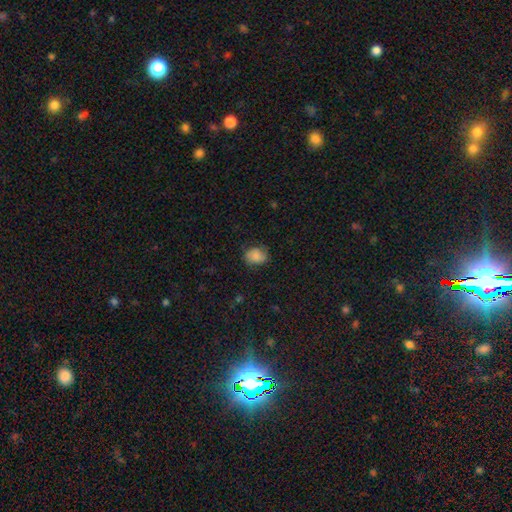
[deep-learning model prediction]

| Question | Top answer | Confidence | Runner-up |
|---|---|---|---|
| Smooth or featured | smooth | 79% | featured or disk (12%) |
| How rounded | in between | 51% | round (48%) |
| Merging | none | 72% | minor disturbance (21%) |